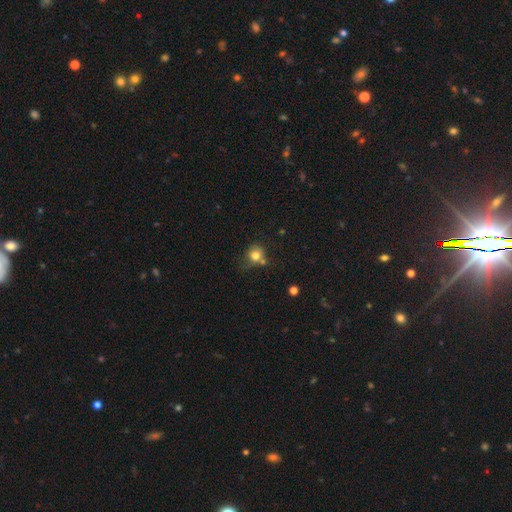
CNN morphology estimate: A smooth galaxy with no disk features (79%) that is round (78%).

Vote fractions:
- Smooth or featured? smooth: 79% / star or artifact: 11% / featured or disk: 9%
- How rounded? round: 78% / in between: 21% / cigar-shaped: 1%
- Merging? none: 52% / minor disturbance: 22% / merger: 18% / major disturbance: 8%